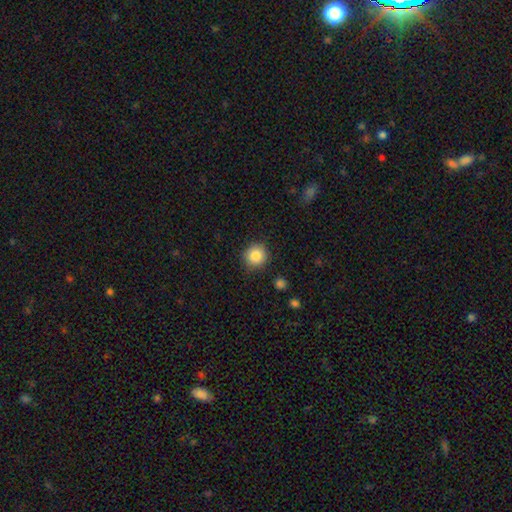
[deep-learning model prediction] Smooth or featured? Predicted: smooth (p=0.85). How rounded? Predicted: round (p=0.91). Merging? Predicted: none (p=0.89).